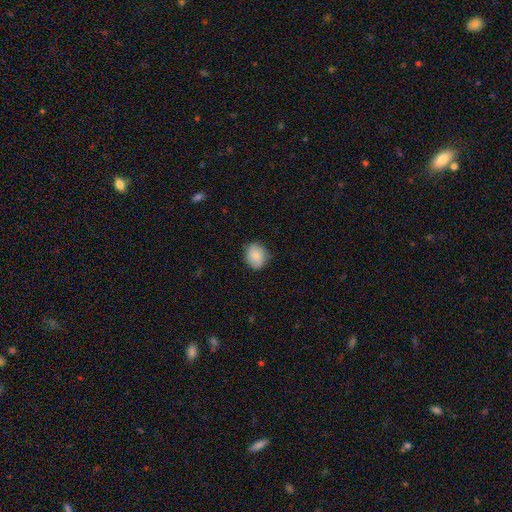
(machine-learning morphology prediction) Overall: smooth (84%). How rounded: round (65%; in between 34%). Merging: none (84%).